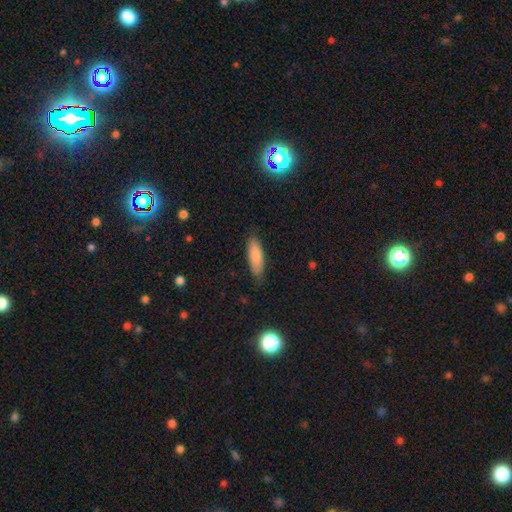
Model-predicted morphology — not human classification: Smooth or featured?
  - smooth: 85% *
  - featured or disk: 9%
  - star or artifact: 6%
How rounded?
  - in between: 52% *
  - cigar-shaped: 47%
  - round: 2%
Merging?
  - none: 84% *
  - minor disturbance: 12%
  - major disturbance: 2%
  - merger: 1%